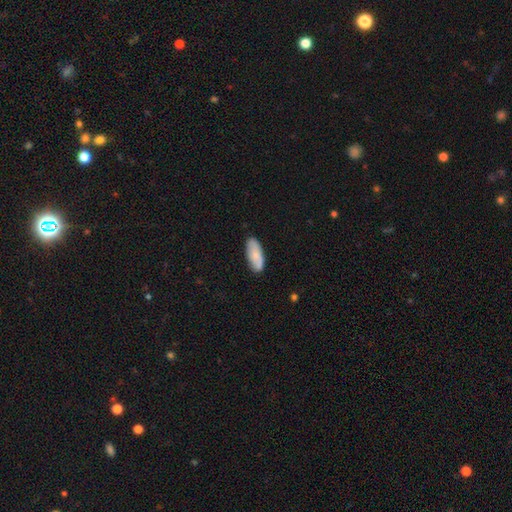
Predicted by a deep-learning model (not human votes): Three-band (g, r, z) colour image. It shows a smooth galaxy with no disk features (76%) that is in between round and cigar-shaped (81%). Merging: none (81%).